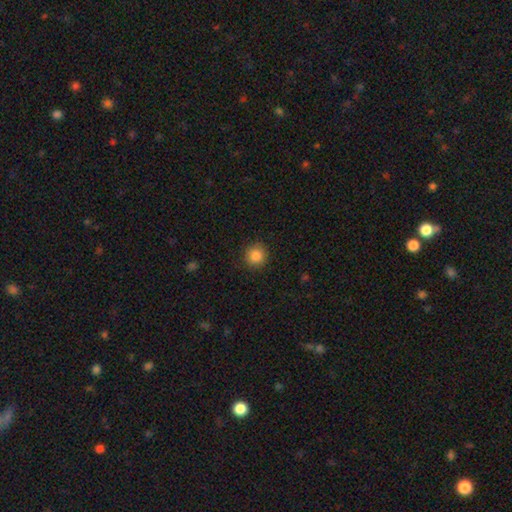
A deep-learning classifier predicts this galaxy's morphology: Smooth or featured? Predicted: smooth (p=0.86). How rounded? Predicted: round (p=0.93). Merging? Predicted: none (p=0.89).